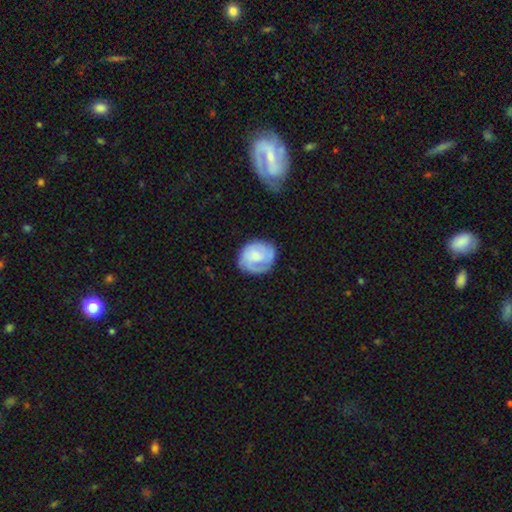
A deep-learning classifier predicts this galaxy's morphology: smooth_or_featured: featured or disk (p=0.62) [alt: smooth p=0.32]
disk_edge_on: no (p=0.98) [alt: yes p=0.02]
bar: no (p=0.68) [alt: weak p=0.28]
has_spiral_arms: yes (p=0.86) [alt: no p=0.14]
spiral_winding: tight (p=0.56) [alt: medium p=0.33]
spiral_arm_count: can't tell (p=0.34) [alt: 3 p=0.25]
bulge_size: small (p=0.48) [alt: moderate p=0.38]
merging: none (p=0.72) [alt: minor disturbance p=0.19]